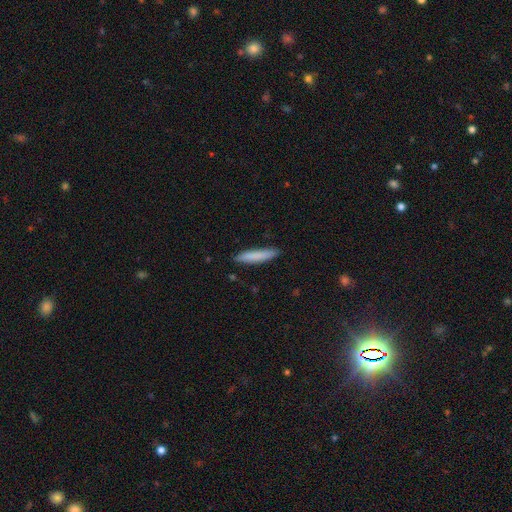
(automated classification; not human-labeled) Smooth or featured? smooth (82%)
How rounded? cigar-shaped (90%)
Merging? none (87%)